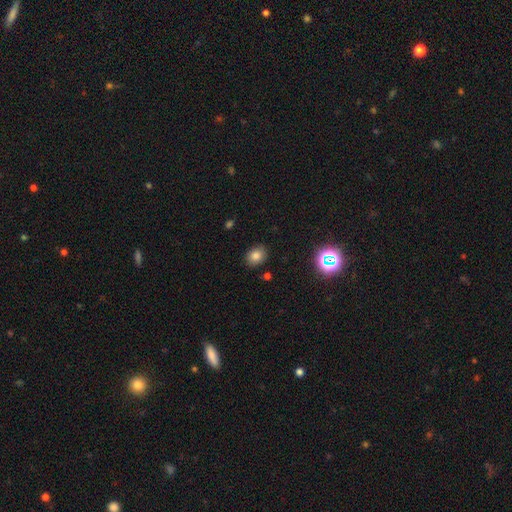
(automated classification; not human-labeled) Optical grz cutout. It shows a smooth galaxy with no disk features (79%) that is in between round and cigar-shaped (52%). Merging: none (86%).